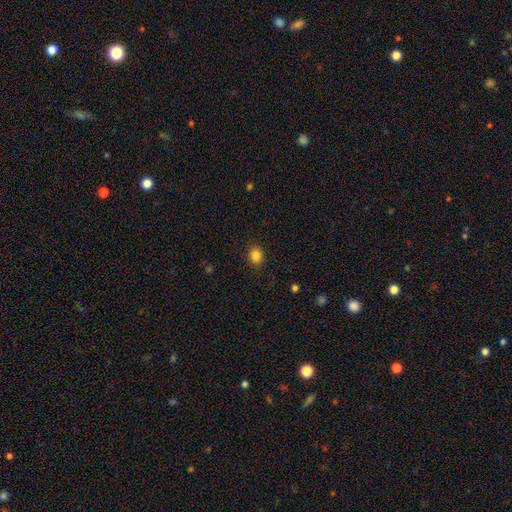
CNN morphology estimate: Overall: smooth (84%). How rounded: round (60%; in between 39%). Merging: none (89%).